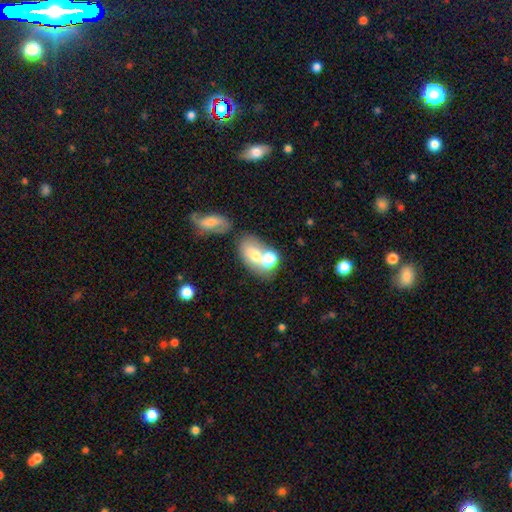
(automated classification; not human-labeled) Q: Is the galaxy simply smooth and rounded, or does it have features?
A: smooth — 63%.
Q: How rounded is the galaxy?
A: in between — 78%.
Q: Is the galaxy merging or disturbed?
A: merger — 45%.